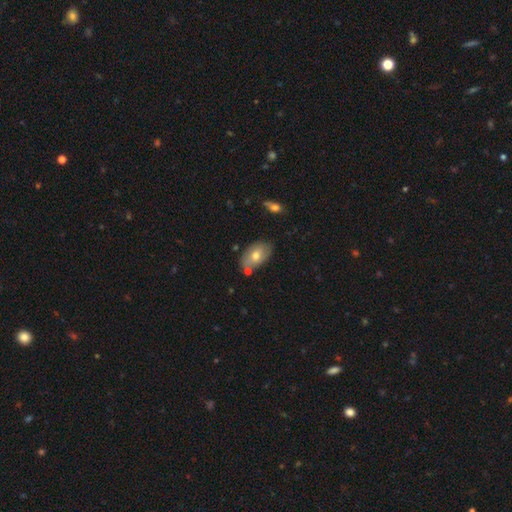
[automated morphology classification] Q: Smooth or featured?
A: smooth (63%); runner-up: featured or disk (29%)
Q: How rounded?
A: in between (91%); runner-up: round (7%)
Q: Merging?
A: none (71%); runner-up: minor disturbance (18%)